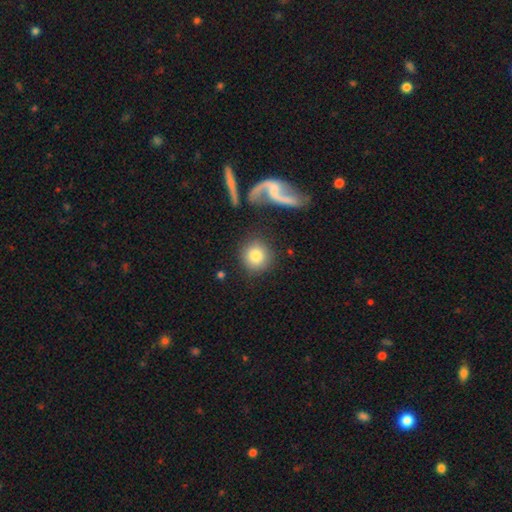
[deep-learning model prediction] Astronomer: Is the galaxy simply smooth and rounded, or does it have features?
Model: smooth — 80%.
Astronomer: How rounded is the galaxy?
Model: round — 92%.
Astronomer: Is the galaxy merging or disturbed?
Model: none — 82%.